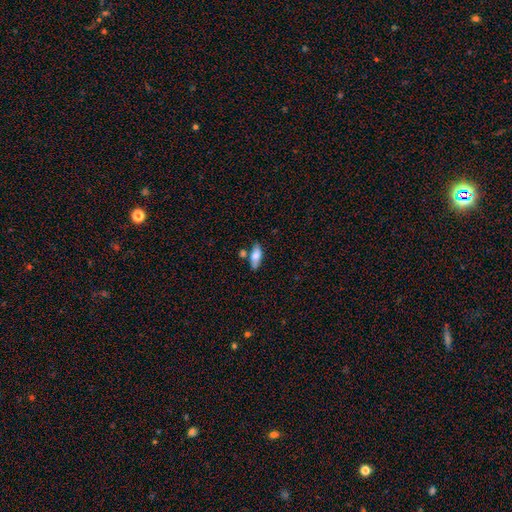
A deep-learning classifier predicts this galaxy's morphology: Q: Smooth or featured?
A: smooth (74%); runner-up: featured or disk (19%)
Q: How rounded?
A: in between (76%); runner-up: cigar-shaped (21%)
Q: Merging?
A: none (67%); runner-up: minor disturbance (16%)